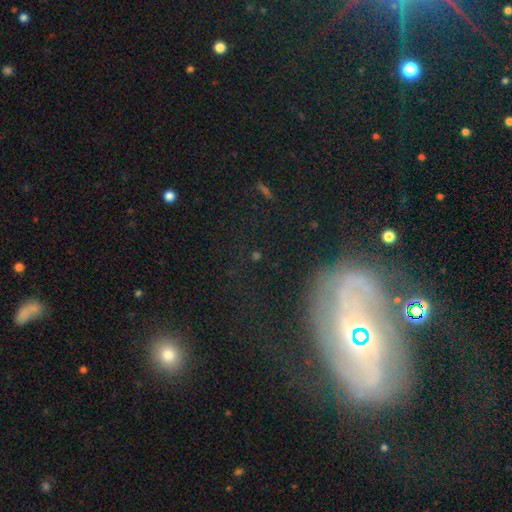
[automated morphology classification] The model was most divided on "smooth or featured": star or artifact: 46%, smooth: 28%, featured or disk: 26%.